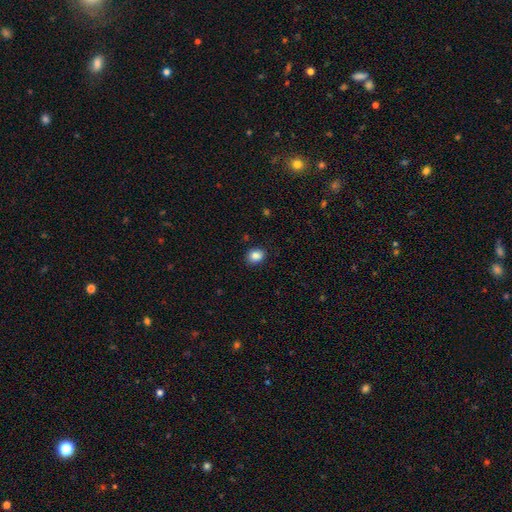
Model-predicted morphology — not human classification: The model was most divided on "how rounded": round: 55%, in between: 44%, cigar-shaped: 1%. More confident: merging — none (89%); smooth or featured — smooth (87%).